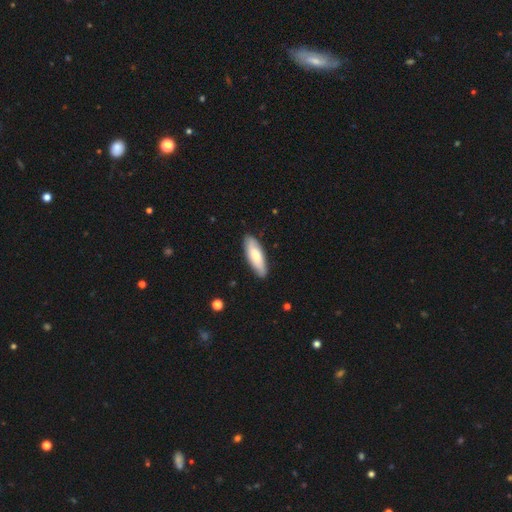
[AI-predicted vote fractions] A smooth galaxy with no disk features (70%) that is in between round and cigar-shaped (58%).

Vote fractions:
- Smooth or featured? smooth: 70% / featured or disk: 25% / star or artifact: 5%
- How rounded? in between: 58% / cigar-shaped: 40% / round: 2%
- Merging? none: 87% / minor disturbance: 10% / major disturbance: 2% / merger: 1%